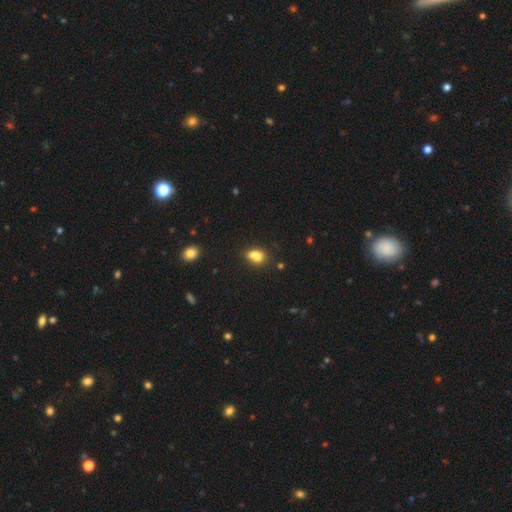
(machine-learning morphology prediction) This is likely a smooth galaxy (77%). How rounded: likely in between (72%). Merging: marginally none (40%).